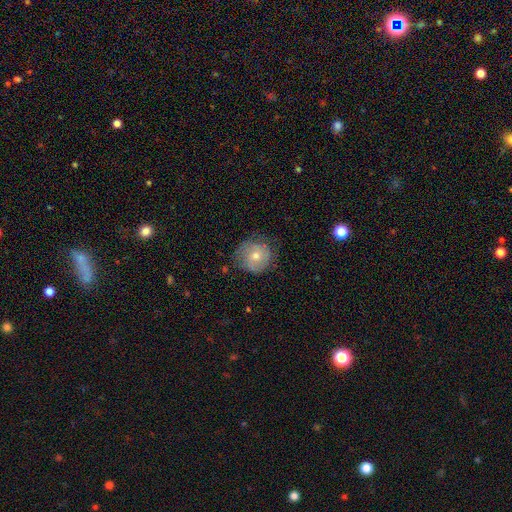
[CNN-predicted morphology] smooth 51%, featured or disk 38%, star or artifact 11%. Down the decision tree: how rounded — round (90%); merging — none (73%).